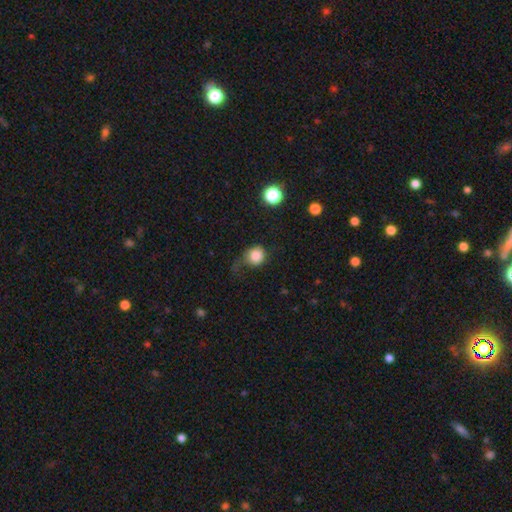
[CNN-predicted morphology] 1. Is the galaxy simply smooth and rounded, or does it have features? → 82% smooth, 9% featured or disk, 9% star or artifact.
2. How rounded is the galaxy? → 80% round, 19% in between, 1% cigar-shaped.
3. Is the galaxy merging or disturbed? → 37% none, 32% major disturbance, 28% minor disturbance, 3% merger.